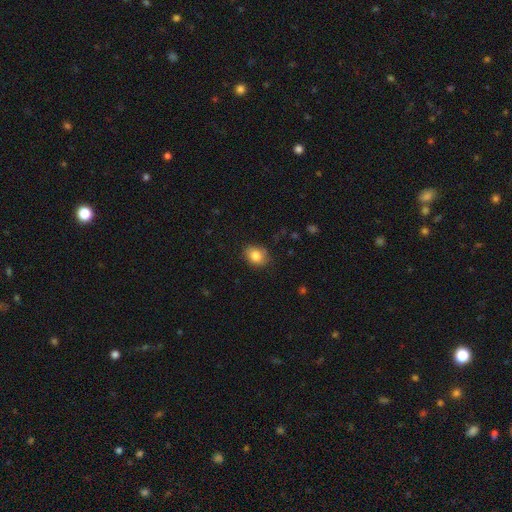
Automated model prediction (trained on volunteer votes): A smooth galaxy with no disk features (82%) that is in between round and cigar-shaped (54%). Merging: none (79%).